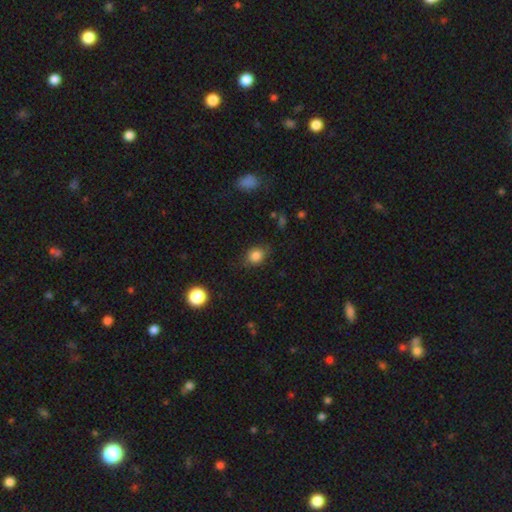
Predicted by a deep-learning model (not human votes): This is clearly a smooth galaxy (84%). How rounded: possibly round (58%). Merging: likely none (77%).